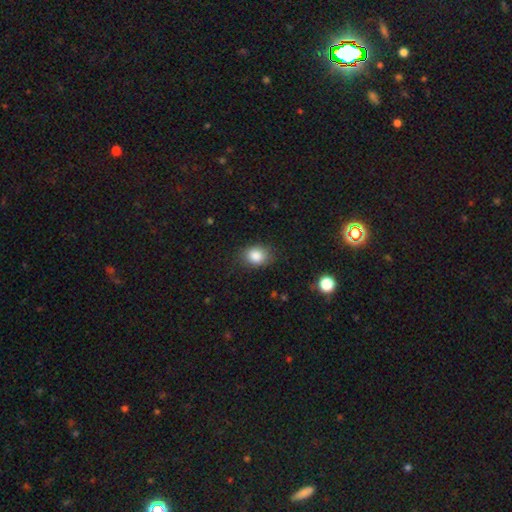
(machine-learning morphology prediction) type=smooth (85%); roundness=in between (55%); merging=none (81%).